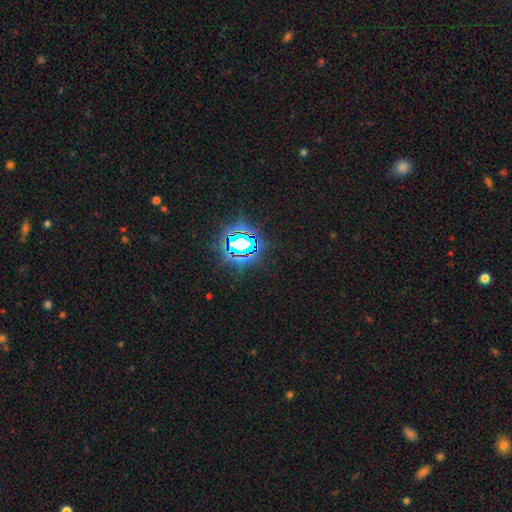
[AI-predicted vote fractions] Smooth or featured? Predicted: star or artifact (p=0.83).